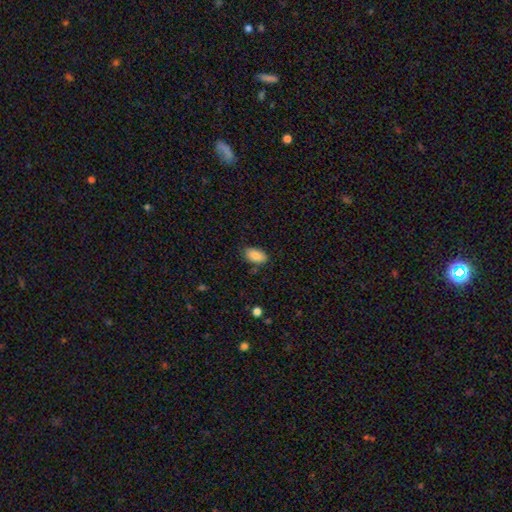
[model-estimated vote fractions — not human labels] A smooth galaxy with no disk features (88%) that is in between round and cigar-shaped (93%).

Vote fractions:
- Smooth or featured? smooth: 88% / star or artifact: 7% / featured or disk: 4%
- How rounded? in between: 93% / round: 5% / cigar-shaped: 2%
- Merging? none: 80% / minor disturbance: 15% / major disturbance: 3% / merger: 2%